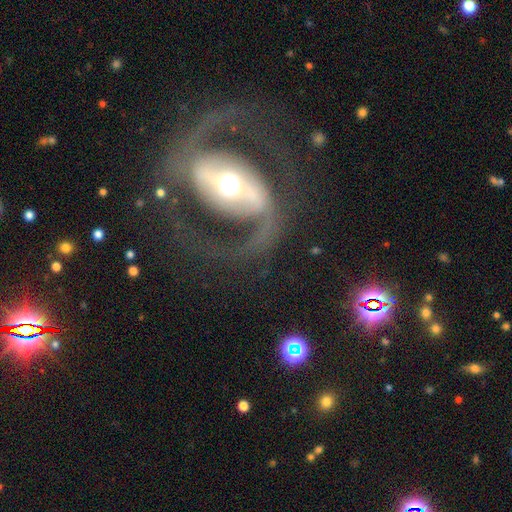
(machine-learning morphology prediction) Smooth or featured?
  - featured or disk: 90% *
  - smooth: 5%
  - star or artifact: 5%
Edge-on disk?
  - no: 97% *
  - yes: 3%
Bar?
  - strong: 53% *
  - weak: 29%
  - no: 19%
Spiral arms?
  - yes: 94% *
  - no: 6%
Spiral winding?
  - medium: 59% *
  - loose: 23%
  - tight: 17%
Spiral arm count?
  - 2: 94% *
  - can't tell: 2%
  - 1: 1%
  - 3: 1%
  - 4: 1%
  - more than 4: 1%
Bulge size?
  - moderate: 64% *
  - large: 18%
  - small: 14%
  - dominant: 3%
  - none: 1%
Merging?
  - none: 77% *
  - minor disturbance: 11%
  - major disturbance: 10%
  - merger: 2%